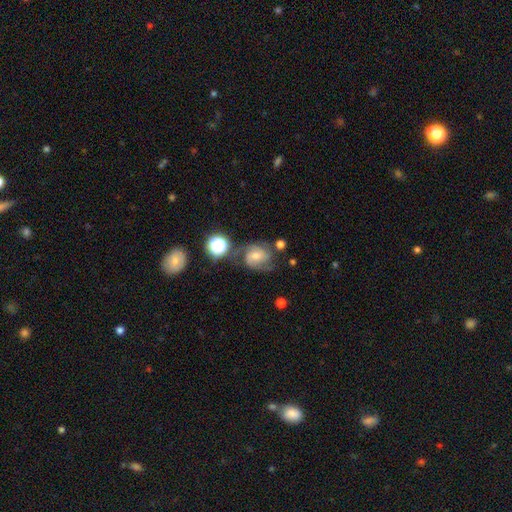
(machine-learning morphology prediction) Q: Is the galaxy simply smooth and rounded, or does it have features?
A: featured or disk — 73%.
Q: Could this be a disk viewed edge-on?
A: no — 97%.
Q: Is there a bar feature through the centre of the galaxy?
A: no — 49%.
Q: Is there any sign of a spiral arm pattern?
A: yes — 95%.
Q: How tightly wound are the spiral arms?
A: medium — 48%.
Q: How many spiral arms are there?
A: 2 — 61%.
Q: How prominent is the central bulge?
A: moderate — 47%.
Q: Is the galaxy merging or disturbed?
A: none — 61%.